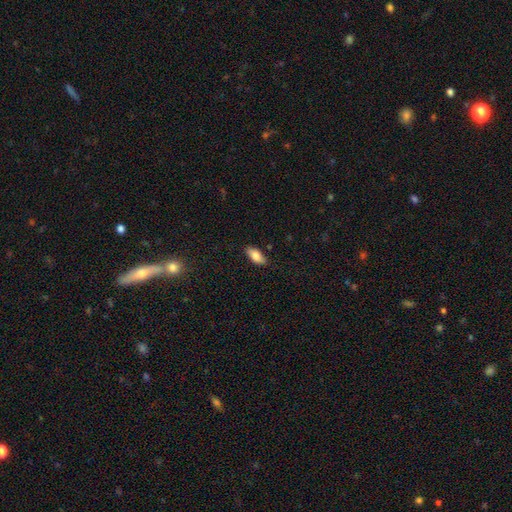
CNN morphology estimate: The model was most divided on "smooth or featured": smooth: 81%, featured or disk: 12%, star or artifact: 7%. More confident: how rounded — in between (86%); merging — none (84%).